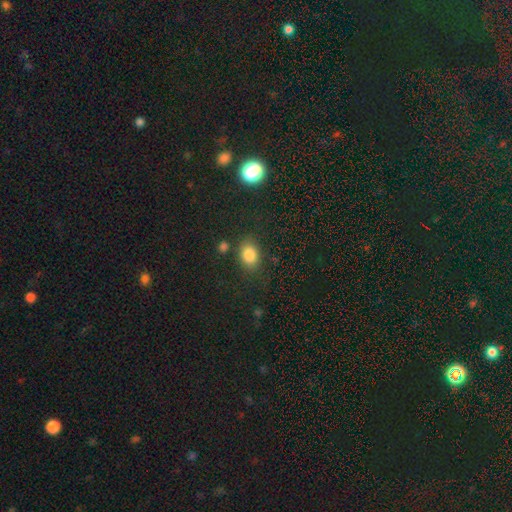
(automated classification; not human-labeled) Smooth or featured? Predicted: smooth (p=0.76). How rounded? Predicted: in between (p=0.55). Merging? Predicted: none (p=0.80).